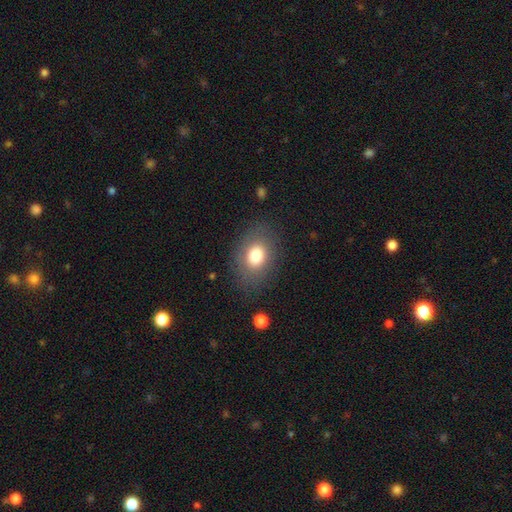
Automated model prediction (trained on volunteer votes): Q: Smooth or featured?
A: smooth (76%); runner-up: featured or disk (14%)
Q: How rounded?
A: in between (72%); runner-up: round (27%)
Q: Merging?
A: none (82%); runner-up: minor disturbance (12%)